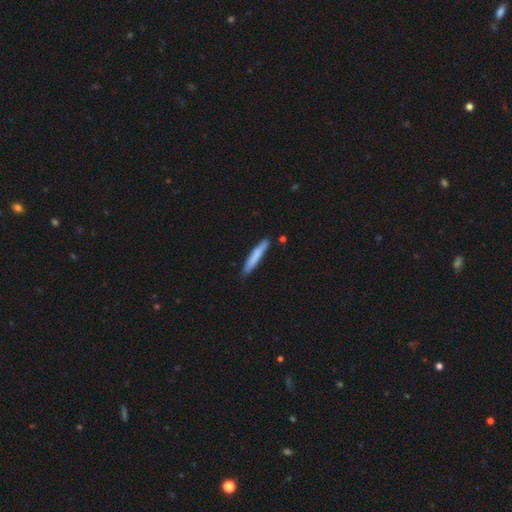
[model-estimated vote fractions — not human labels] A smooth galaxy with no disk features (76%) that is cigar-shaped (94%).

Vote fractions:
- Smooth or featured? smooth: 76% / featured or disk: 19% / star or artifact: 5%
- How rounded? cigar-shaped: 94% / in between: 4% / round: 1%
- Merging? none: 85% / minor disturbance: 11% / merger: 3% / major disturbance: 2%